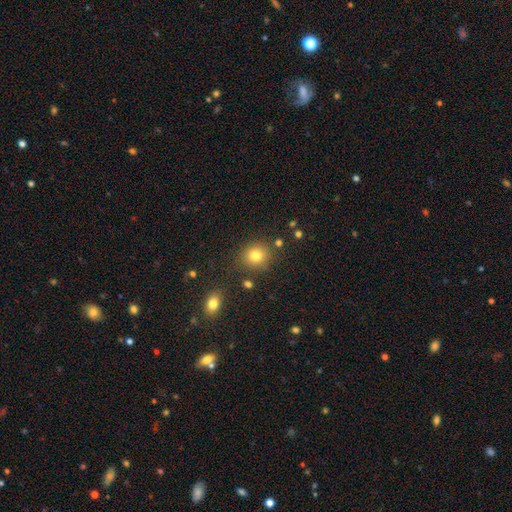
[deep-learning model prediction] smooth-or-featured: smooth: 80% | star or artifact: 13% | featured or disk: 7%
  how-rounded: round: 82% | in between: 17% | cigar-shaped: 1%
  merging: none: 82% | minor disturbance: 10% | merger: 5% | major disturbance: 3%